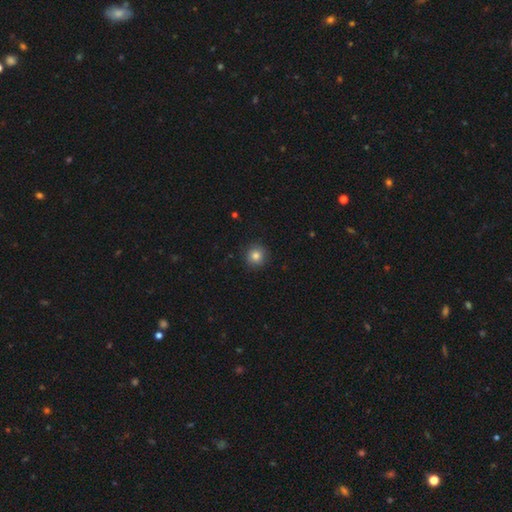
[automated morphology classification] smooth_or_featured: smooth (p=0.82) [alt: star or artifact p=0.11]
how_rounded: round (p=0.94) [alt: in between p=0.05]
merging: none (p=0.90) [alt: minor disturbance p=0.07]